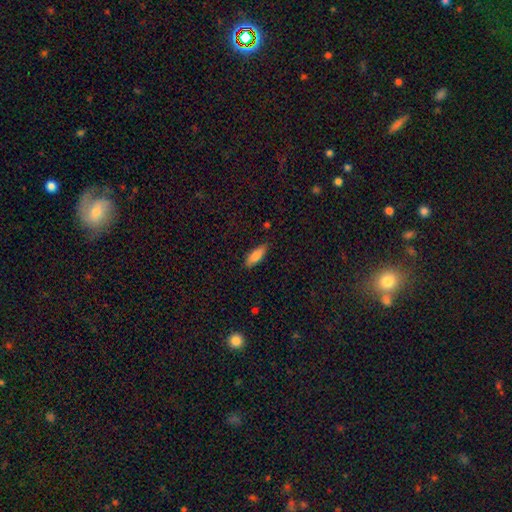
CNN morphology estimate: This appears to be a smooth galaxy with no disk features (80%) that is in between round and cigar-shaped (64%). Merging: none (84%).